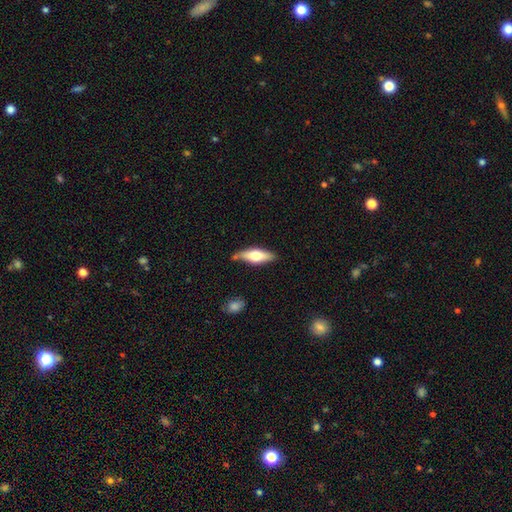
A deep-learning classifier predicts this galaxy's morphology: Overall: smooth (51%; featured or disk 44%). How rounded: in between (55%; cigar-shaped 42%). Merging: none (75%).